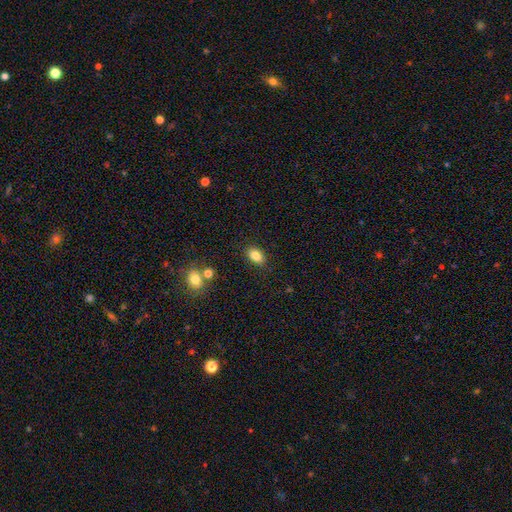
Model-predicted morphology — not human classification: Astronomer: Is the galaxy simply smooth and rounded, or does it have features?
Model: smooth — 84%.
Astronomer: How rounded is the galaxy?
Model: in between — 84%.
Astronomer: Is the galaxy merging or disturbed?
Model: none — 86%.